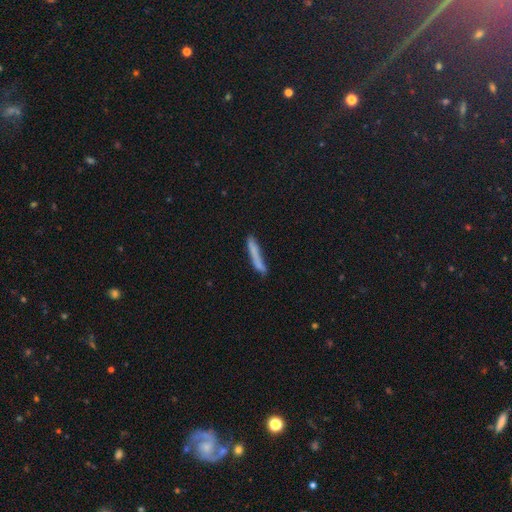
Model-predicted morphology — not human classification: smooth_or_featured: smooth (p=0.71) [alt: featured or disk p=0.21]
how_rounded: cigar-shaped (p=0.95) [alt: in between p=0.04]
merging: none (p=0.73) [alt: minor disturbance p=0.18]